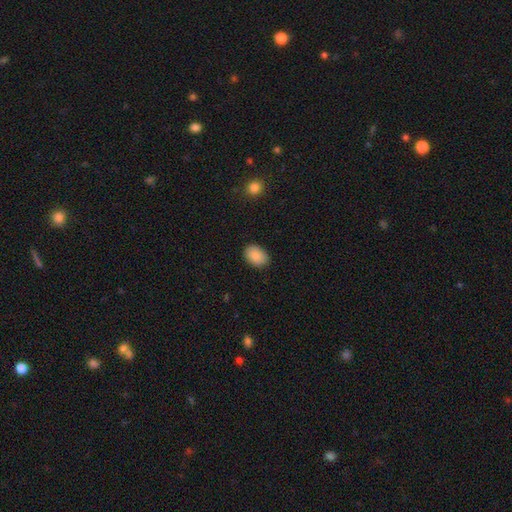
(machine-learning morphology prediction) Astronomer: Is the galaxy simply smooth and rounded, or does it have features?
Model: smooth — 88%.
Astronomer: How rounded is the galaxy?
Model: in between — 83%.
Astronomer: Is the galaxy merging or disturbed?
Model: none — 88%.